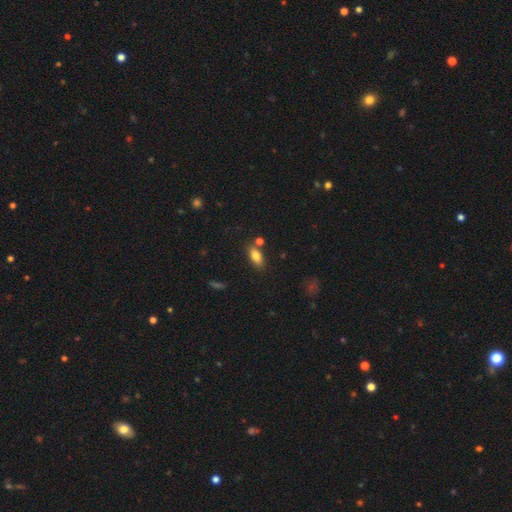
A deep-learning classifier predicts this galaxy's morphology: Q: Smooth or featured?
A: smooth (81%); runner-up: featured or disk (10%)
Q: How rounded?
A: in between (86%); runner-up: cigar-shaped (9%)
Q: Merging?
A: none (73%); runner-up: minor disturbance (13%)